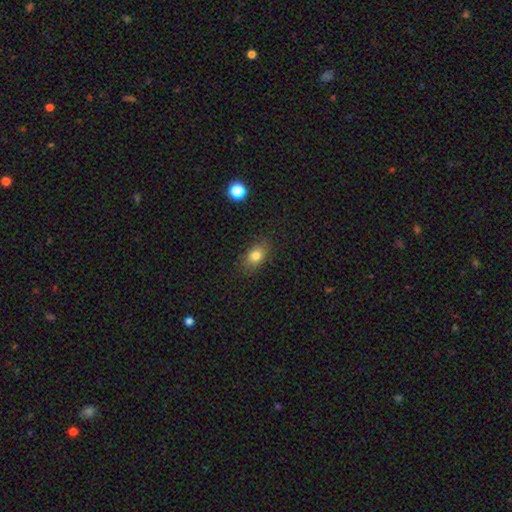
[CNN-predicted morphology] The model was most divided on "how rounded": in between: 77%, round: 21%, cigar-shaped: 2%. More confident: merging — none (82%); smooth or featured — smooth (81%).